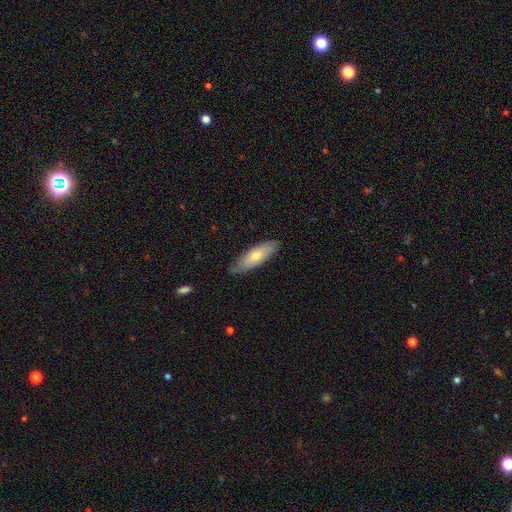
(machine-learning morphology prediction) smooth_or_featured: smooth (p=0.65) [alt: featured or disk p=0.29]
how_rounded: in between (p=0.52) [alt: cigar-shaped p=0.46]
merging: none (p=0.79) [alt: minor disturbance p=0.17]